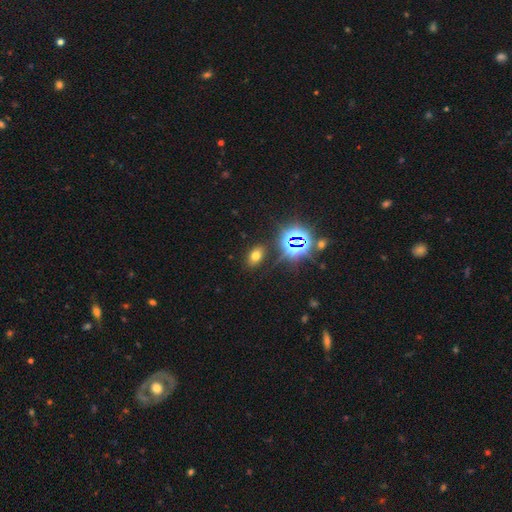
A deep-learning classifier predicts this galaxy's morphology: Smooth or featured?
  - smooth: 59% *
  - star or artifact: 31%
  - featured or disk: 10%
How rounded?
  - in between: 83% *
  - round: 15%
  - cigar-shaped: 2%
Merging?
  - none: 85% *
  - minor disturbance: 9%
  - major disturbance: 3%
  - merger: 3%